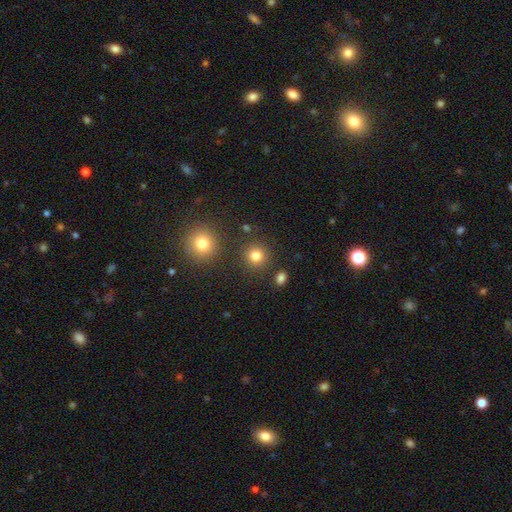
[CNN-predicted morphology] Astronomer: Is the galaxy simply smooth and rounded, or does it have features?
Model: smooth — 82%.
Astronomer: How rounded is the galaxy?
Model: round — 91%.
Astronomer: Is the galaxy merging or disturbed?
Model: none — 86%.